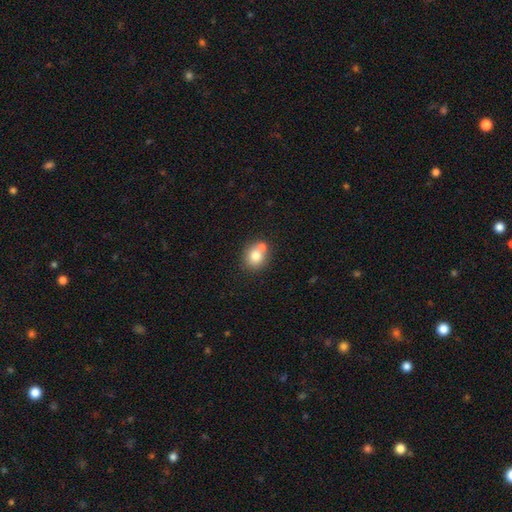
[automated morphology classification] The model was most divided on "merging": none: 54%, merger: 34%, minor disturbance: 9%, major disturbance: 3%. More confident: how rounded — round (79%); smooth or featured — smooth (76%).